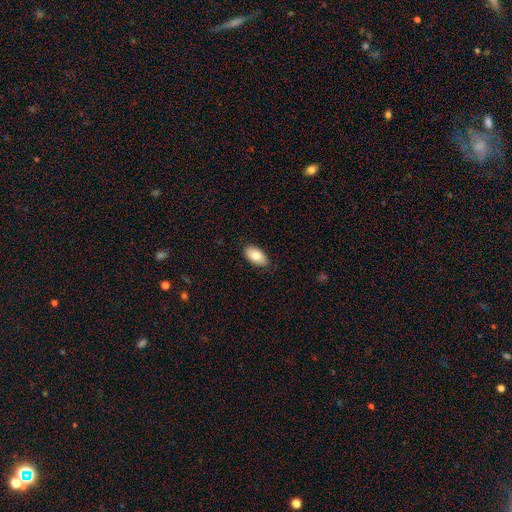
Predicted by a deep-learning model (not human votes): smooth-or-featured: smooth: 82% | featured or disk: 11% | star or artifact: 7%
  how-rounded: in between: 95% | round: 4% | cigar-shaped: 2%
  merging: none: 84% | minor disturbance: 13% | major disturbance: 2% | merger: 1%